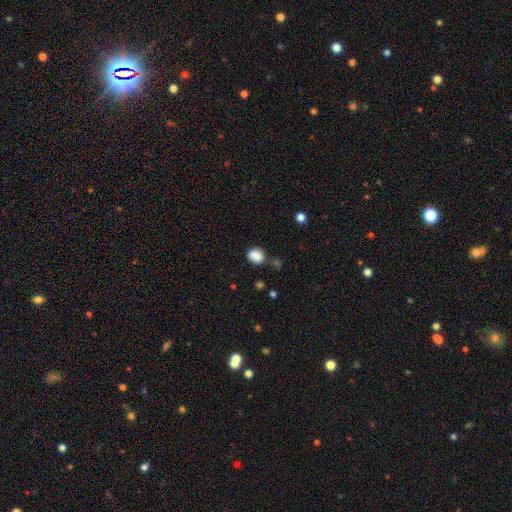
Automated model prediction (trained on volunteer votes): Smooth or featured? Predicted: smooth (p=0.86). How rounded? Predicted: round (p=0.60). Merging? Predicted: none (p=0.70).